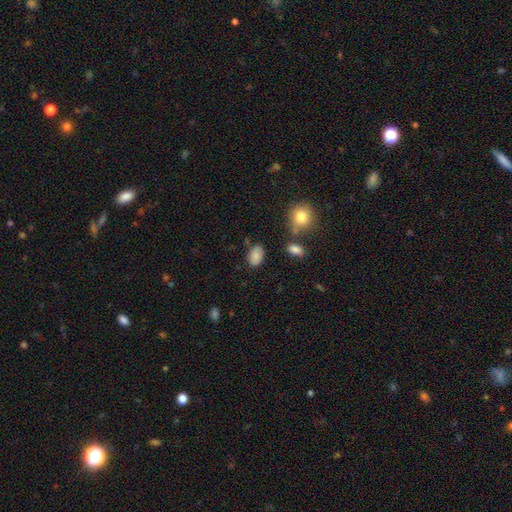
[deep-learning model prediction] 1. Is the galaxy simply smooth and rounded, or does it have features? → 84% smooth, 9% star or artifact, 7% featured or disk.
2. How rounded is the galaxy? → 87% in between, 11% round, 1% cigar-shaped.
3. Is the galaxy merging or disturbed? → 76% none, 16% minor disturbance, 4% merger, 4% major disturbance.